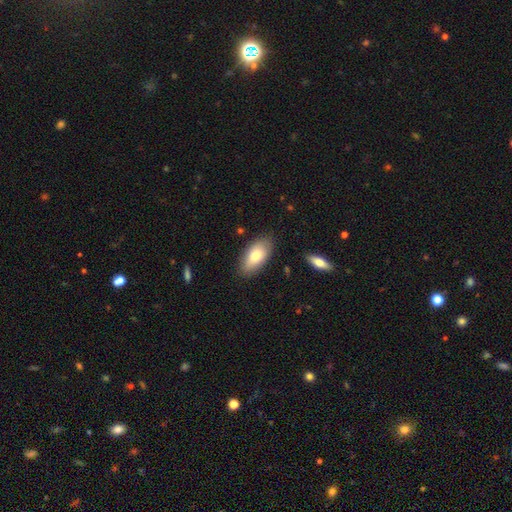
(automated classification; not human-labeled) A smooth galaxy with no disk features (81%) that is in between round and cigar-shaped (92%).

Vote fractions:
- Smooth or featured? smooth: 81% / featured or disk: 13% / star or artifact: 6%
- How rounded? in between: 92% / cigar-shaped: 5% / round: 3%
- Merging? none: 82% / minor disturbance: 13% / major disturbance: 3% / merger: 2%